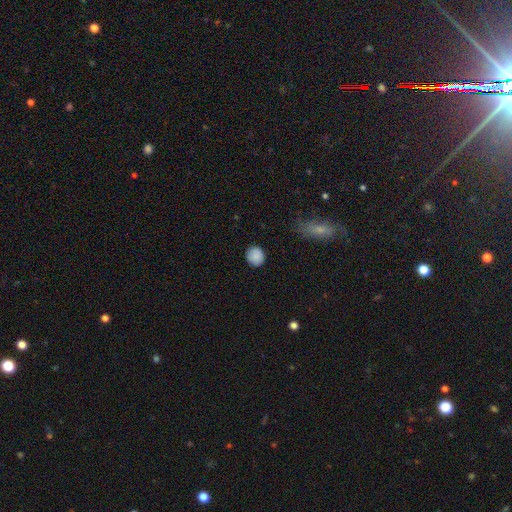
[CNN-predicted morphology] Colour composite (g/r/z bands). It shows a smooth galaxy with no disk features (87%) that is round (86%). Merging: none (87%).